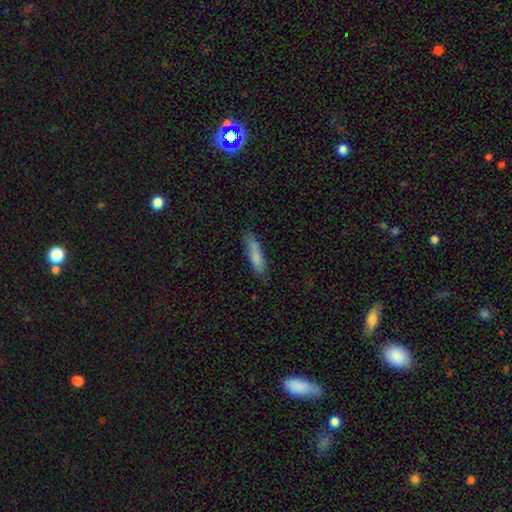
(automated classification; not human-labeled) Overall: smooth (80%). How rounded: cigar-shaped (74%). Merging: none (72%).